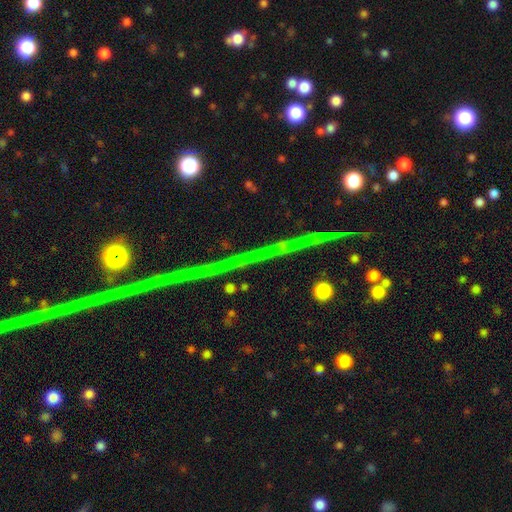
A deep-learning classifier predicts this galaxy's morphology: A star or artifact, not a galaxy (67%).

Vote fractions:
- Smooth or featured? star or artifact: 67% / featured or disk: 24% / smooth: 9%